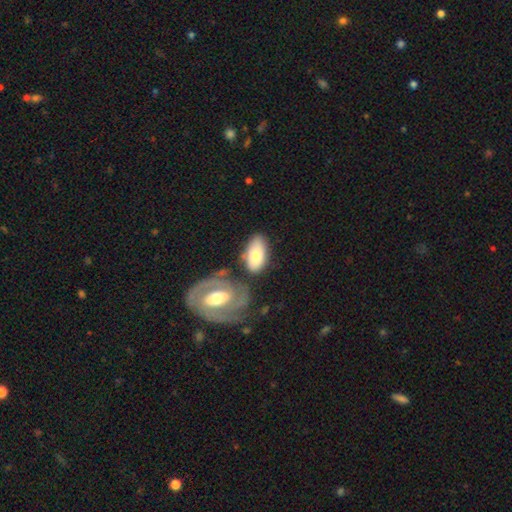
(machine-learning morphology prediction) A smooth galaxy with no disk features (68%) that is in between round and cigar-shaped (92%).

Vote fractions:
- Smooth or featured? smooth: 68% / featured or disk: 26% / star or artifact: 6%
- How rounded? in between: 92% / round: 4% / cigar-shaped: 3%
- Merging? none: 58% / merger: 19% / minor disturbance: 17% / major disturbance: 6%